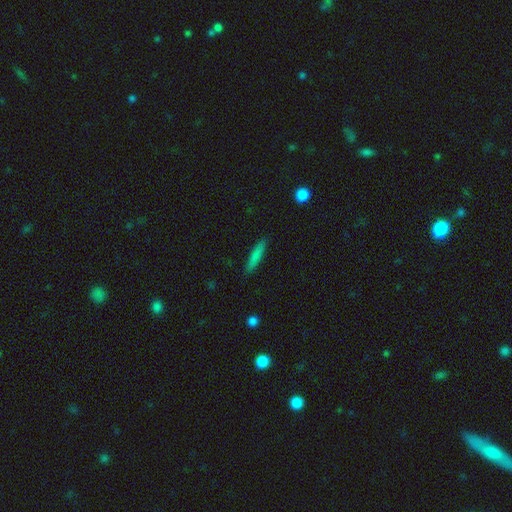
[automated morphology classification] Smooth or featured? Predicted: smooth (p=0.77). How rounded? Predicted: cigar-shaped (p=0.91). Merging? Predicted: none (p=0.88).